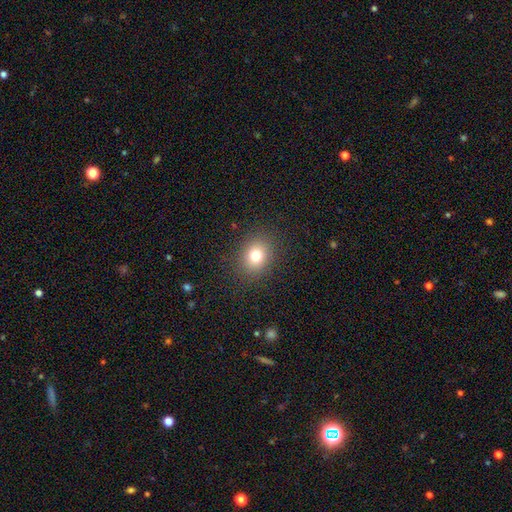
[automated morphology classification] A smooth galaxy with no disk features (77%) that is round (61%). Merging: none (87%).